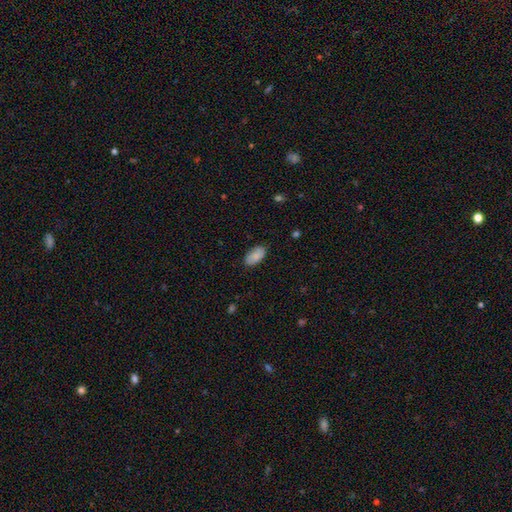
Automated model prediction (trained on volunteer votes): A smooth galaxy with no disk features (80%) that is in between round and cigar-shaped (95%). Merging: none (83%).